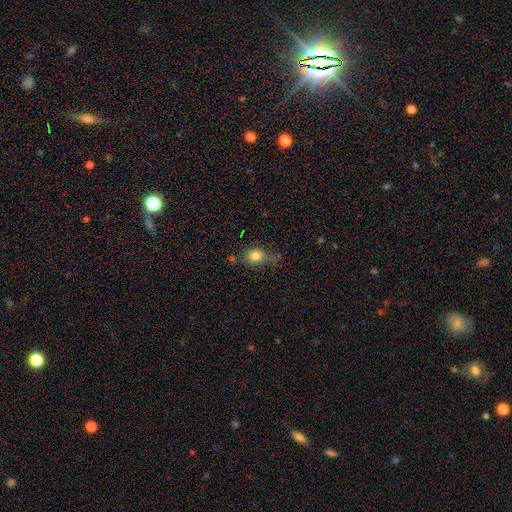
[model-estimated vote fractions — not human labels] Morphology: type=smooth (81%); roundness=round (54%); merging=none (57%).